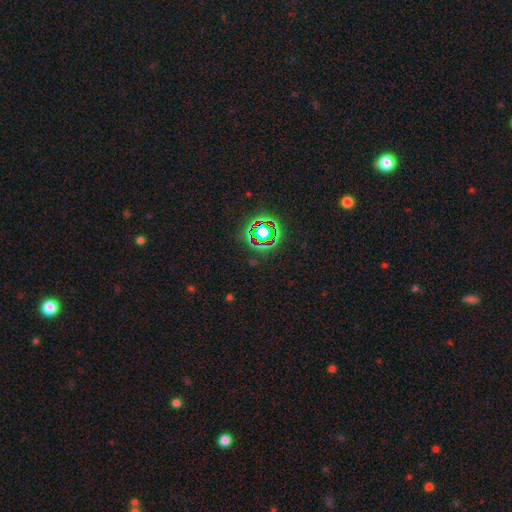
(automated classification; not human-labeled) Overall: star or artifact (71%).